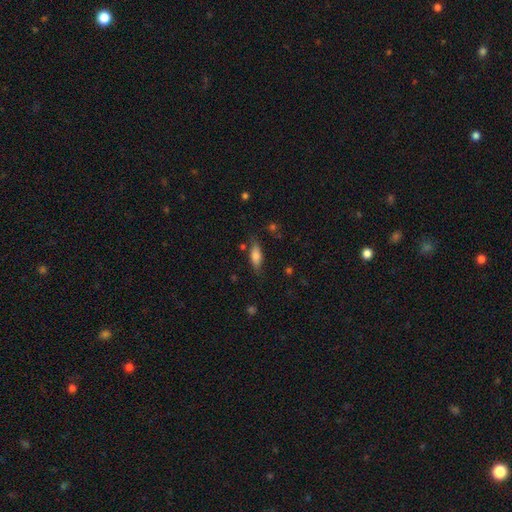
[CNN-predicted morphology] type=smooth (72%); roundness=in between (68%); merging=none (74%).